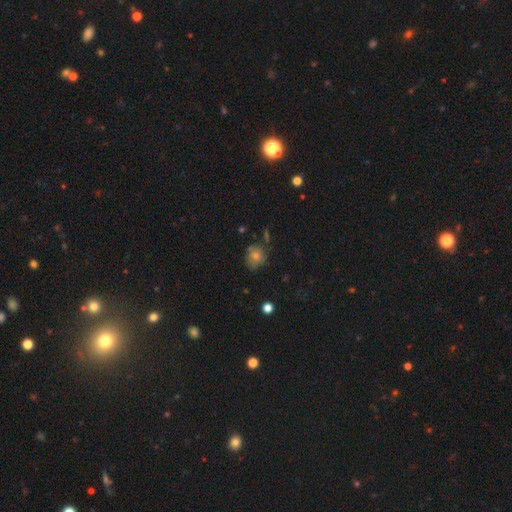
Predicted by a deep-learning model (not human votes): Smooth or featured?
  - smooth: 59% *
  - featured or disk: 24%
  - star or artifact: 17%
How rounded?
  - round: 68% *
  - in between: 31%
  - cigar-shaped: 1%
Merging?
  - none: 65% *
  - minor disturbance: 23%
  - major disturbance: 8%
  - merger: 5%